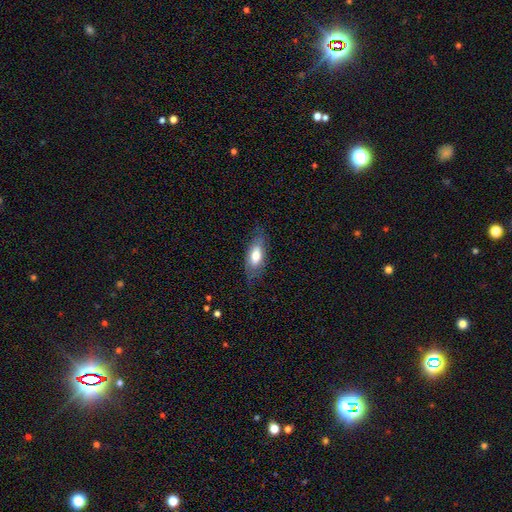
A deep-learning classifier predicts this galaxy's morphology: smooth_or_featured: smooth (p=0.66) [alt: featured or disk p=0.28]
how_rounded: in between (p=0.80) [alt: cigar-shaped p=0.16]
merging: none (p=0.73) [alt: minor disturbance p=0.19]